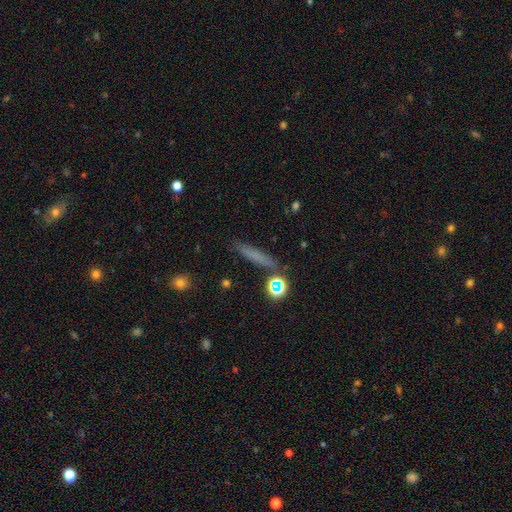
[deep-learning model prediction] This appears to be a smooth galaxy with no disk features (63%) that is cigar-shaped (86%). Merging: none (82%).